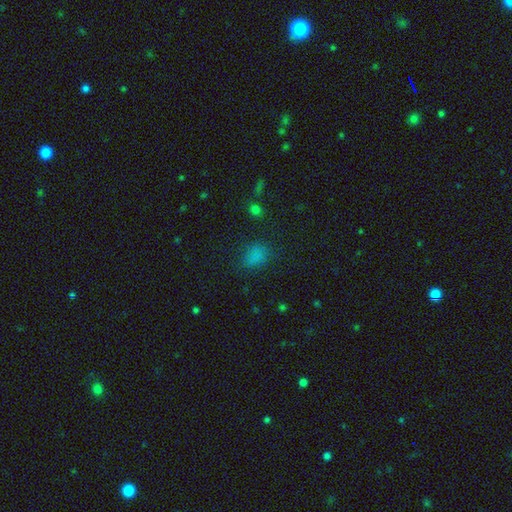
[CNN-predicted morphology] Smooth or featured? Predicted: smooth (p=0.75). How rounded? Predicted: in between (p=0.70). Merging? Predicted: none (p=0.74).